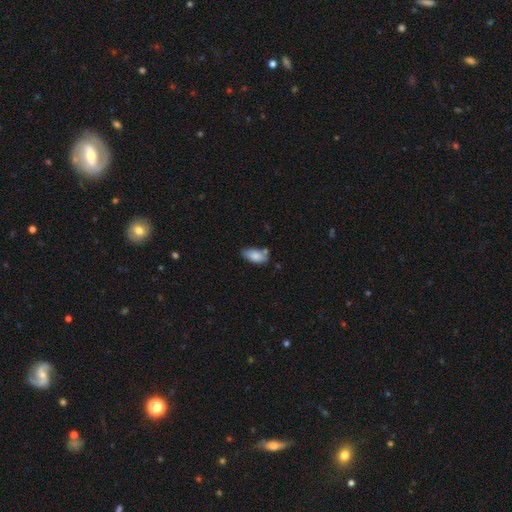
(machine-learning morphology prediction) smooth_or_featured: smooth (p=0.84) [alt: featured or disk p=0.09]
how_rounded: in between (p=0.92) [alt: cigar-shaped p=0.06]
merging: none (p=0.59) [alt: minor disturbance p=0.26]